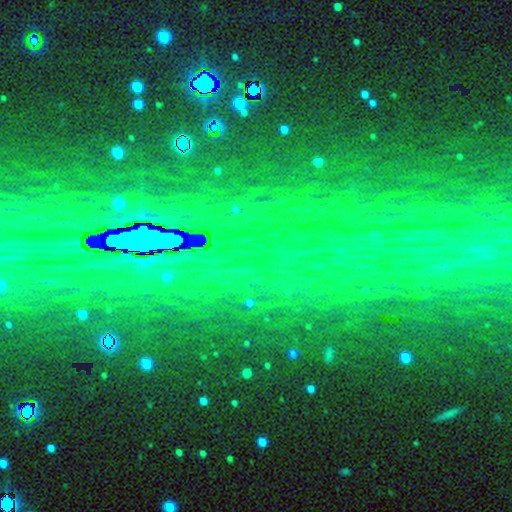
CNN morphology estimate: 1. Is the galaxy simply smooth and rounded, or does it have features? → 85% star or artifact, 8% featured or disk, 7% smooth.